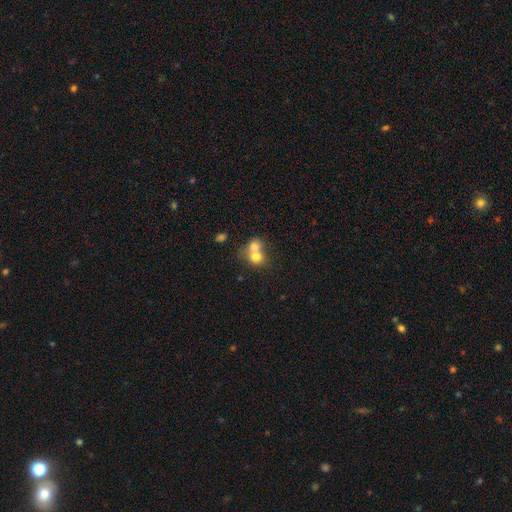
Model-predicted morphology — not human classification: smooth_or_featured: smooth (p=0.72) [alt: featured or disk p=0.18]
how_rounded: round (p=0.72) [alt: in between p=0.27]
merging: merger (p=0.68) [alt: none p=0.24]